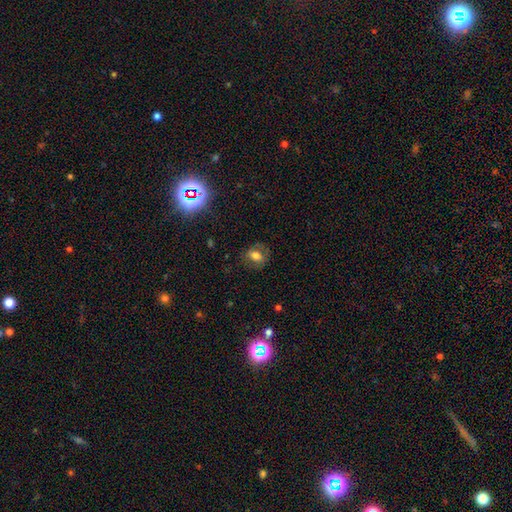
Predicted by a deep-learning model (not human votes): The model was most divided on "how rounded": in between: 59%, round: 39%, cigar-shaped: 2%. More confident: merging — none (75%); smooth or featured — smooth (66%).